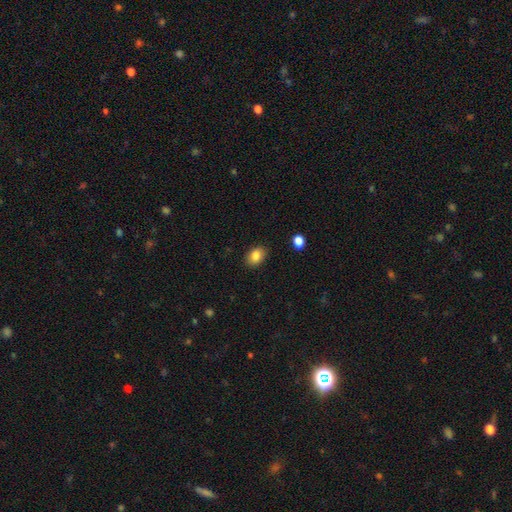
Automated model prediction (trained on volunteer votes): A smooth galaxy with no disk features (84%) that is in between round and cigar-shaped (79%). Merging: none (87%).